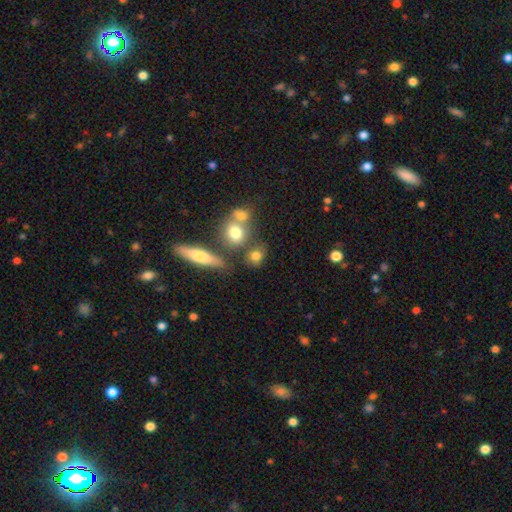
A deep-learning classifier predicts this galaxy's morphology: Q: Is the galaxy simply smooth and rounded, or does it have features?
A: smooth — 73%.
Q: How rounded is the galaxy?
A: round — 57%.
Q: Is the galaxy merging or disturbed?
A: none — 59%.